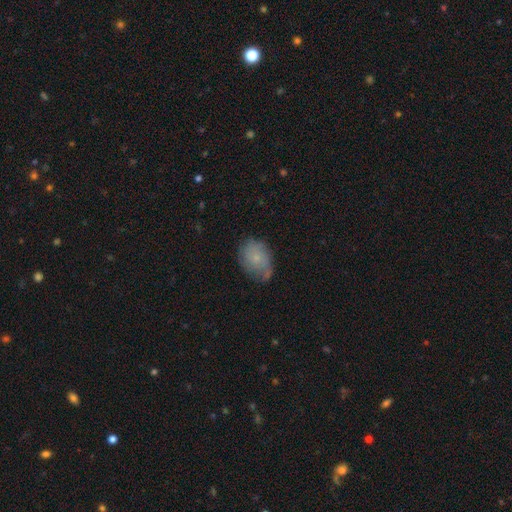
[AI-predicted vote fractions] This is possibly a smooth galaxy (53%). How rounded: likely in between (72%). Merging: likely none (60%).